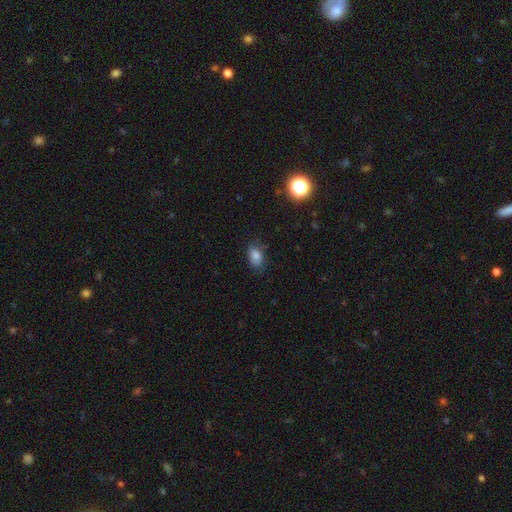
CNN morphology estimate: smooth 82%, star or artifact 11%, featured or disk 7%. Down the decision tree: how rounded — in between (85%); merging — none (73%).